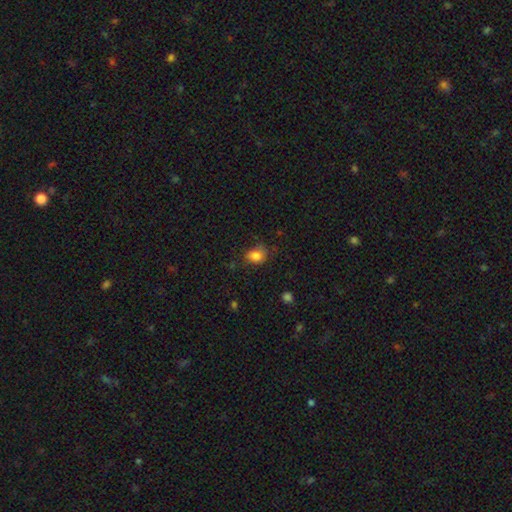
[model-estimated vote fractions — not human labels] This is clearly a smooth galaxy (83%). How rounded: possibly in between (56%). Merging: likely none (63%).